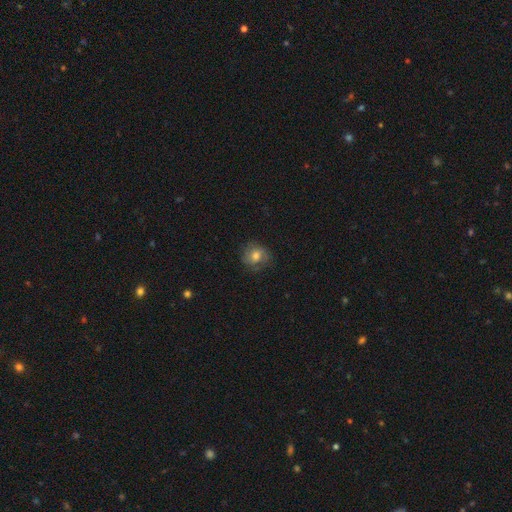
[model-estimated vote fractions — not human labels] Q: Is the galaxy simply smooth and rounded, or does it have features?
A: smooth — 60%.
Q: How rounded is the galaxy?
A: round — 74%.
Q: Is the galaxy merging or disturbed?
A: none — 70%.